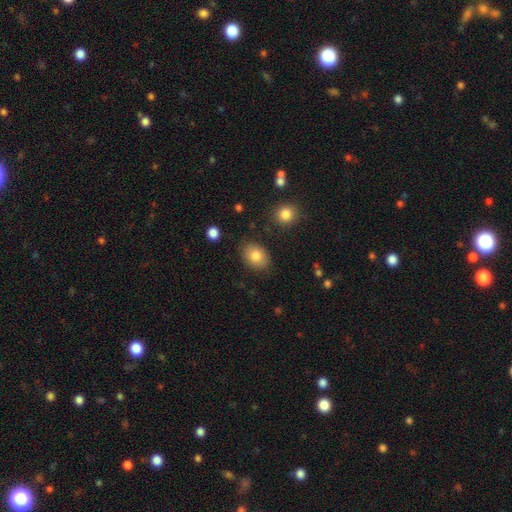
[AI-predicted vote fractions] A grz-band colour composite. It shows a smooth galaxy with no disk features (82%) that is in between round and cigar-shaped (69%). Merging: none (84%).